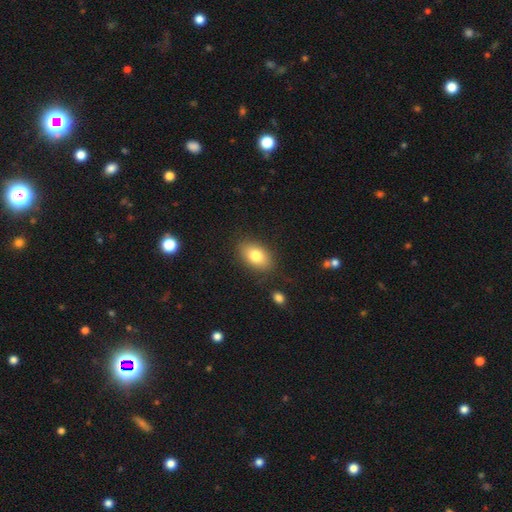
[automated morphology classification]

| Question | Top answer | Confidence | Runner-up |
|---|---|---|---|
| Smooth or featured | smooth | 79% | featured or disk (12%) |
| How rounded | in between | 86% | round (12%) |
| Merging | none | 83% | minor disturbance (12%) |